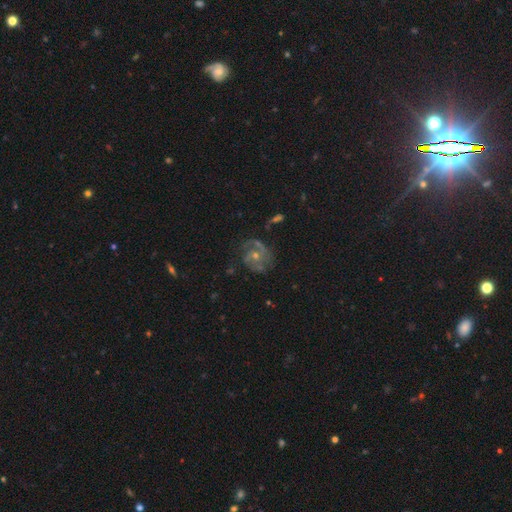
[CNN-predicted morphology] Overall: featured or disk (77%). Edge-on disk: no (98%). Bar: no (70%). Spiral arms: yes (91%). Spiral arm count: 2 (45%; can't tell 22%). Spiral winding: tight (43%, tied with medium). Bulge size: small (55%; moderate 40%). Merging: none (67%).